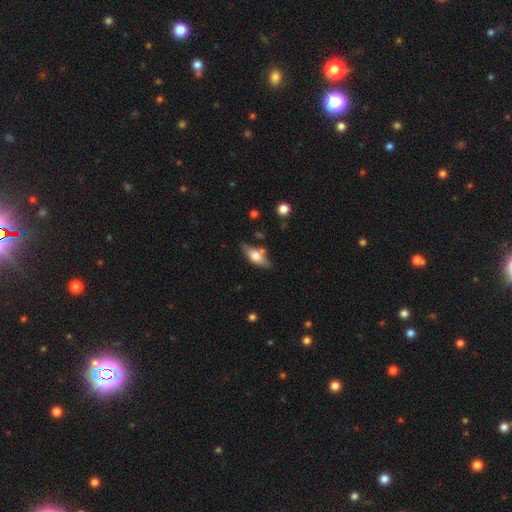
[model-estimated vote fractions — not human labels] A smooth galaxy with no disk features (58%) that is in between round and cigar-shaped (71%).

Vote fractions:
- Smooth or featured? smooth: 58% / featured or disk: 36% / star or artifact: 7%
- How rounded? in between: 71% / cigar-shaped: 26% / round: 4%
- Merging? none: 67% / minor disturbance: 19% / merger: 9% / major disturbance: 5%